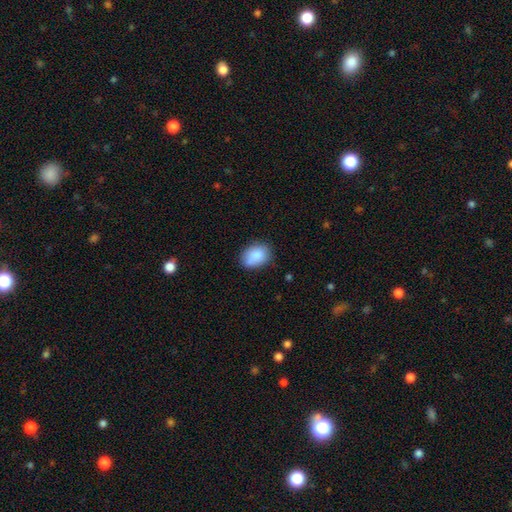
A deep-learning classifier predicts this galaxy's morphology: smooth-or-featured: smooth: 86% | star or artifact: 7% | featured or disk: 7%
  how-rounded: in between: 74% | round: 24% | cigar-shaped: 1%
  merging: none: 75% | minor disturbance: 20% | major disturbance: 4% | merger: 2%